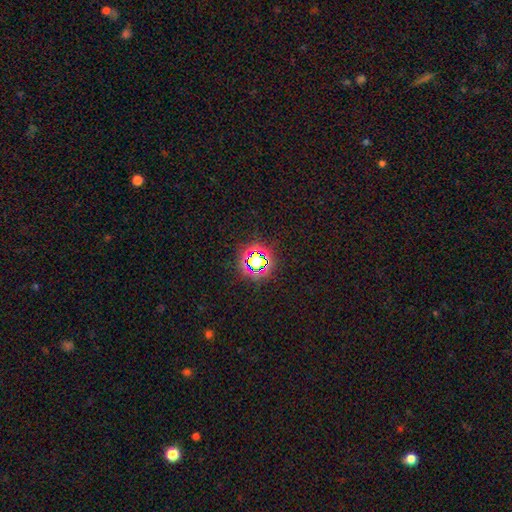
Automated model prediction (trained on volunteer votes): smooth-or-featured: star or artifact: 66% | smooth: 23% | featured or disk: 11%